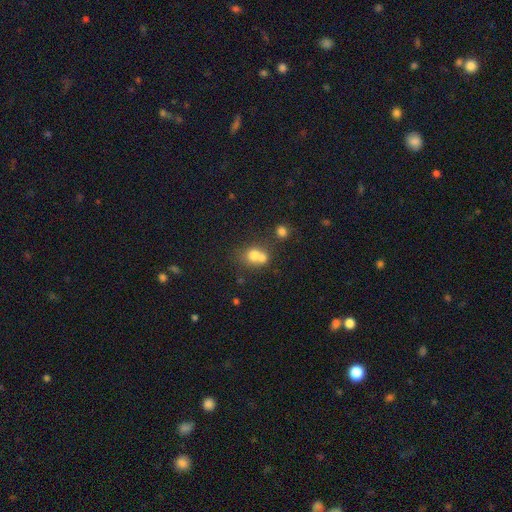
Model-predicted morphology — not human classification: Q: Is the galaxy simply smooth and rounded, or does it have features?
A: smooth — 71%.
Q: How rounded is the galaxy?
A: round — 65%.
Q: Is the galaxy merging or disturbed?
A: merger — 61%.